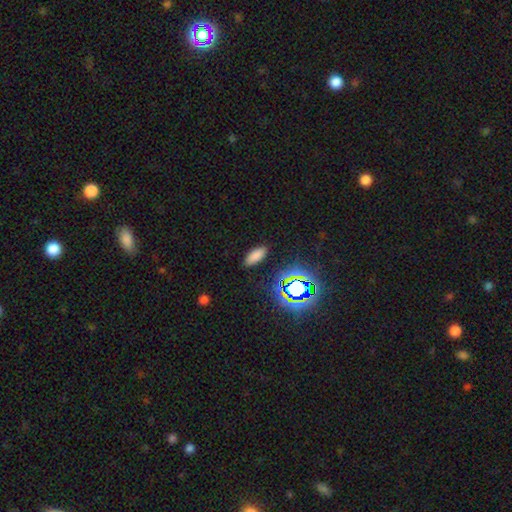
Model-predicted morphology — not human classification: smooth-or-featured: smooth: 76% | star or artifact: 18% | featured or disk: 6%
  how-rounded: in between: 80% | cigar-shaped: 17% | round: 3%
  merging: none: 88% | minor disturbance: 8% | major disturbance: 2% | merger: 1%